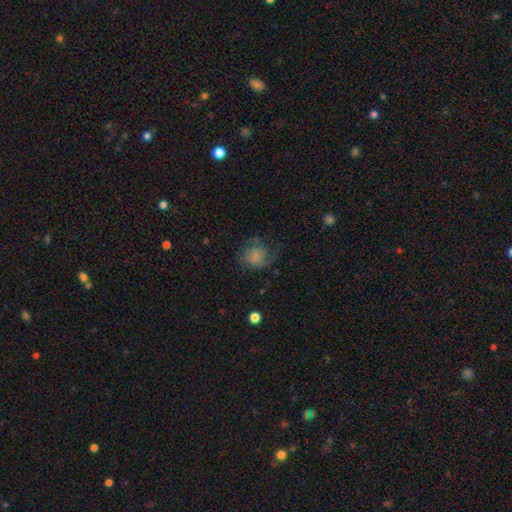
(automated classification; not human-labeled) Smooth or featured: smooth — 64% (featured or disk — 26%)
How rounded: round — 67% (in between — 32%)
Merging: none — 49% (minor disturbance — 25%)